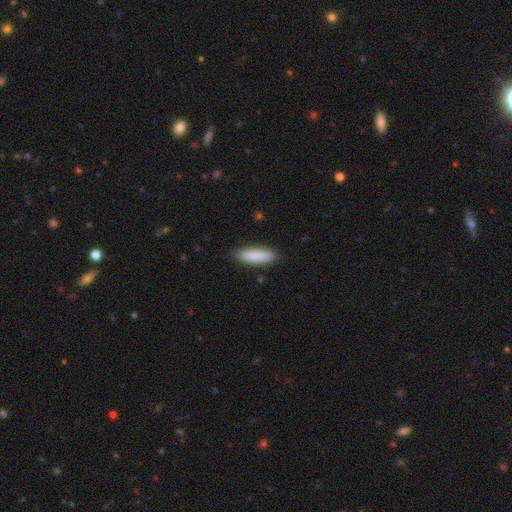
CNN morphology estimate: Smooth or featured: smooth — 88% (featured or disk — 6%)
How rounded: cigar-shaped — 60% (in between — 39%)
Merging: none — 88% (minor disturbance — 9%)